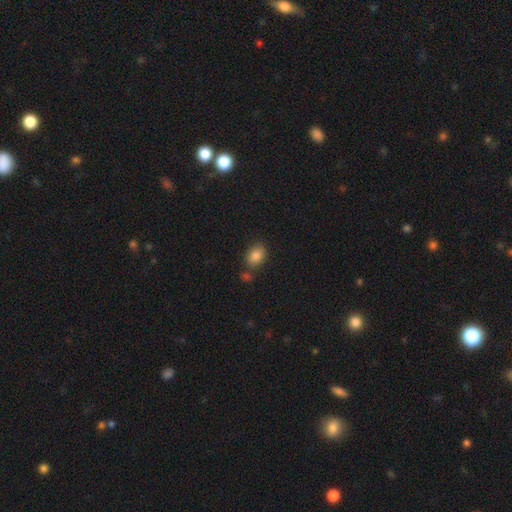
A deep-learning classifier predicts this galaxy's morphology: smooth-or-featured: smooth: 84% | star or artifact: 9% | featured or disk: 6%
  how-rounded: in between: 69% | round: 30% | cigar-shaped: 1%
  merging: none: 72% | minor disturbance: 13% | merger: 12% | major disturbance: 4%